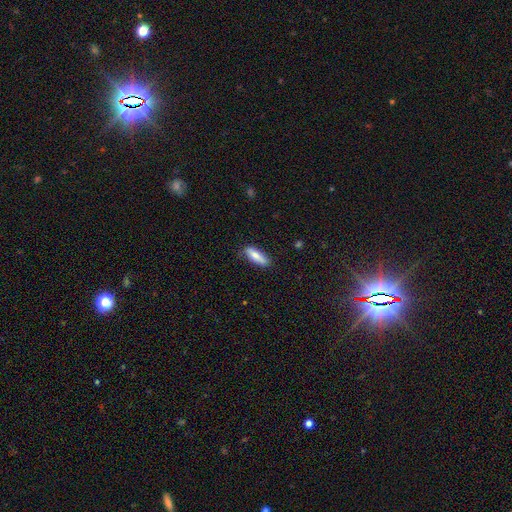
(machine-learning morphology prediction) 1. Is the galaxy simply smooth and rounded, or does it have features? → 75% smooth, 19% featured or disk, 6% star or artifact.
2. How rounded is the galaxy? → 53% in between, 45% cigar-shaped, 2% round.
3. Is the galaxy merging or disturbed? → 81% none, 15% minor disturbance, 3% major disturbance, 1% merger.